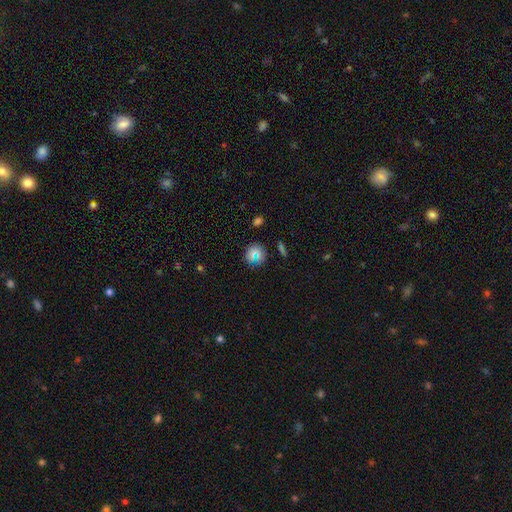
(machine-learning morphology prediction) This appears to be a smooth galaxy with no disk features (67%) that is round (87%). Merging: none (83%).